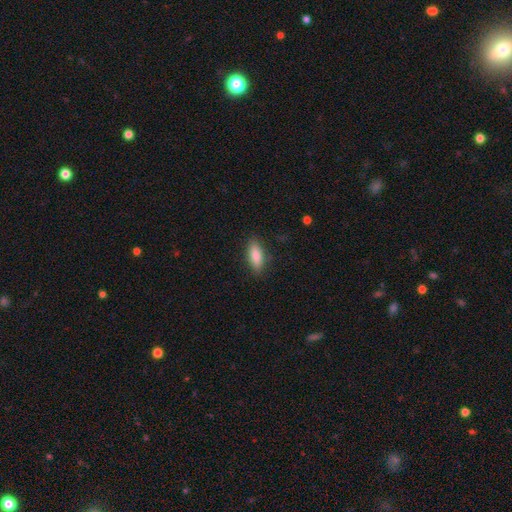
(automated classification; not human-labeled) smooth_or_featured: smooth (p=0.84) [alt: featured or disk p=0.09]
how_rounded: in between (p=0.70) [alt: cigar-shaped p=0.28]
merging: none (p=0.85) [alt: minor disturbance p=0.11]